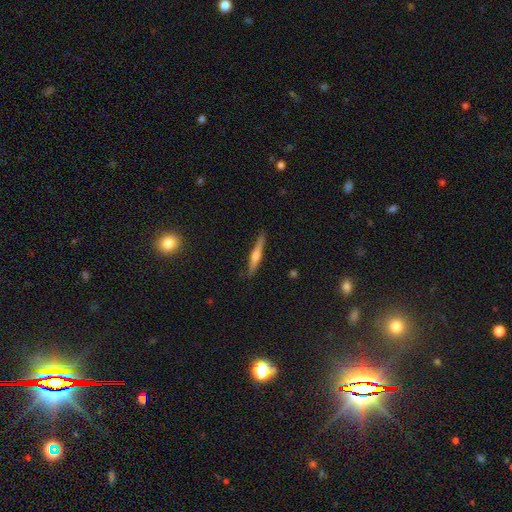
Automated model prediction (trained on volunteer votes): smooth_or_featured: featured or disk (p=0.61) [alt: smooth p=0.32]
disk_edge_on: yes (p=0.97) [alt: no p=0.03]
edge_on_bulge: rounded (p=0.82) [alt: boxy p=0.09]
merging: none (p=0.87) [alt: minor disturbance p=0.09]